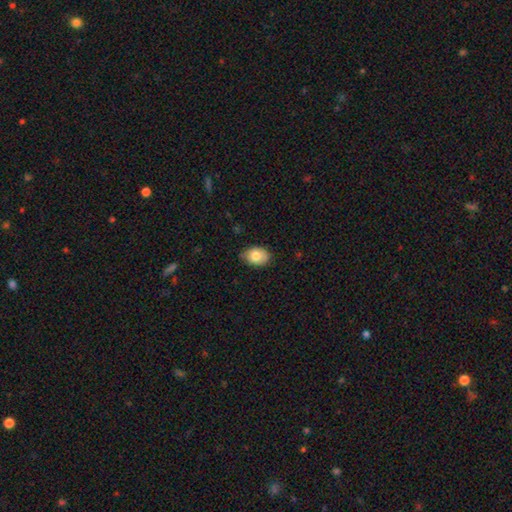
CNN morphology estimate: smooth-or-featured: smooth: 79% | featured or disk: 13% | star or artifact: 8%
  how-rounded: in between: 74% | round: 25% | cigar-shaped: 1%
  merging: none: 71% | minor disturbance: 24% | major disturbance: 3% | merger: 1%